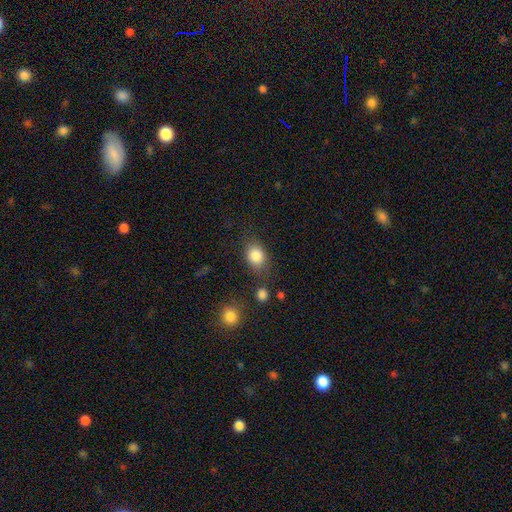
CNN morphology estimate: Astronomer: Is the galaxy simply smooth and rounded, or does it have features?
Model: smooth — 85%.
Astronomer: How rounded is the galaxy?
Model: in between — 58% (runner-up: round, 41%).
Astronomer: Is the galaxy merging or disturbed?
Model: none — 71%.